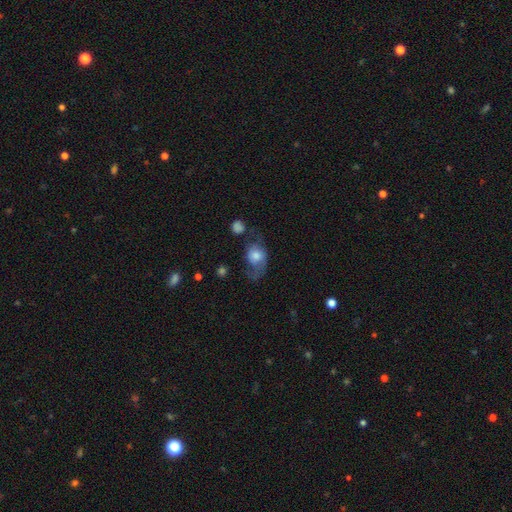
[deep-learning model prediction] smooth 56%, featured or disk 36%, star or artifact 8%. Down the decision tree: how rounded — in between (59%); merging — major disturbance (34%, tied with none).